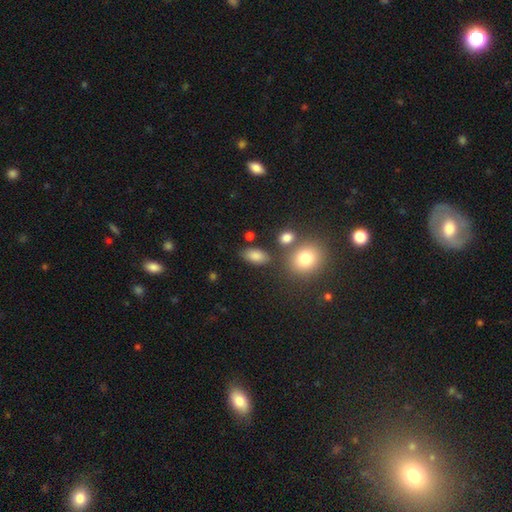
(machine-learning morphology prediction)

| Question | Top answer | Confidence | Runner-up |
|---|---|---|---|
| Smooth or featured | smooth | 83% | star or artifact (10%) |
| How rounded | in between | 88% | round (9%) |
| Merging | none | 78% | minor disturbance (12%) |